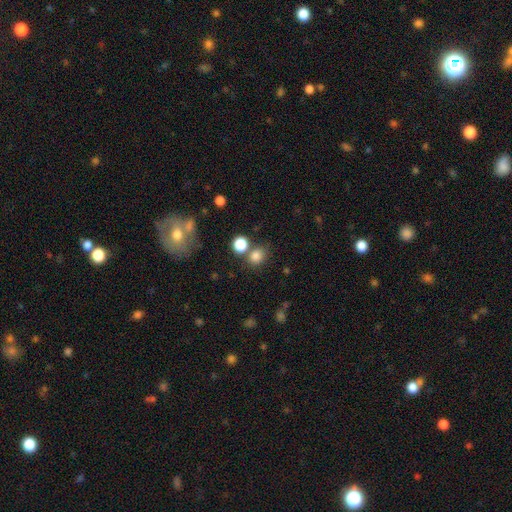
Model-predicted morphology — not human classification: Smooth or featured: smooth — 81% (star or artifact — 14%)
How rounded: round — 69% (in between — 30%)
Merging: none — 65% (merger — 20%)